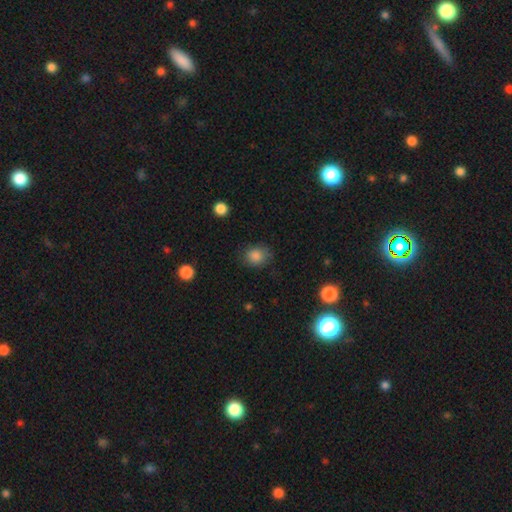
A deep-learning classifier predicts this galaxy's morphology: A smooth galaxy with no disk features (84%) that is round (64%).

Vote fractions:
- Smooth or featured? smooth: 84% / star or artifact: 10% / featured or disk: 5%
- How rounded? round: 64% / in between: 35% / cigar-shaped: 1%
- Merging? none: 78% / minor disturbance: 16% / major disturbance: 5% / merger: 1%